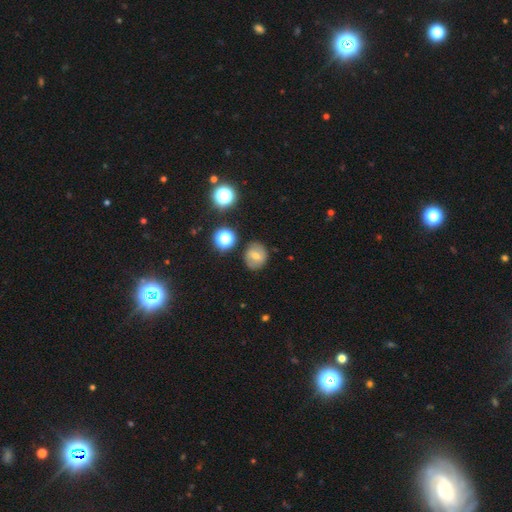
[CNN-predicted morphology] A smooth galaxy with no disk features (57%) that is round (77%). Merging: none (82%).